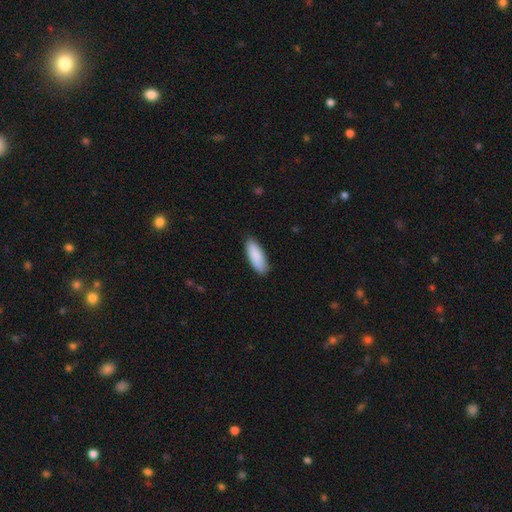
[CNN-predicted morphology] This is clearly a smooth galaxy (90%). How rounded: likely in between (67%). Merging: clearly none (88%).